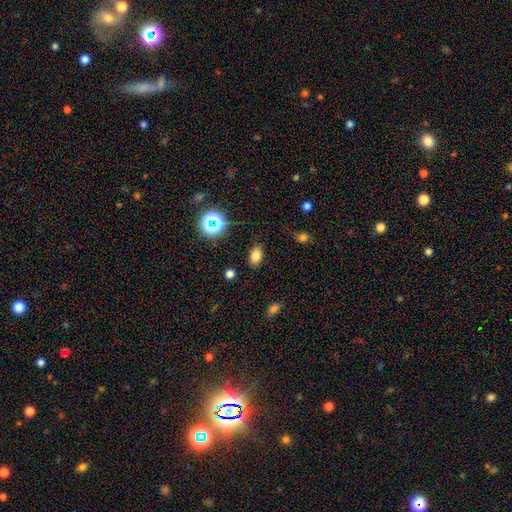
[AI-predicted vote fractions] Q: Smooth or featured?
A: smooth (77%); runner-up: star or artifact (15%)
Q: How rounded?
A: in between (85%); runner-up: round (13%)
Q: Merging?
A: none (85%); runner-up: minor disturbance (10%)